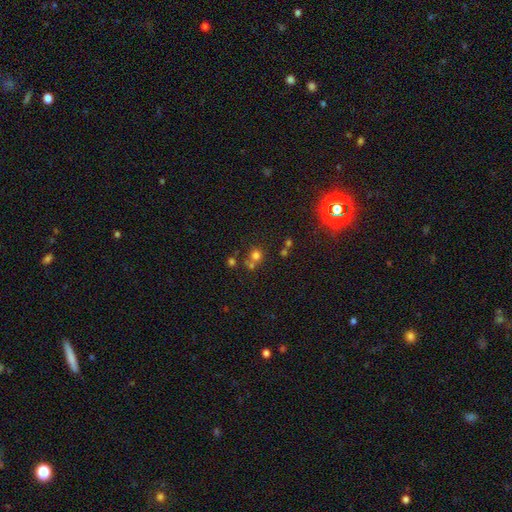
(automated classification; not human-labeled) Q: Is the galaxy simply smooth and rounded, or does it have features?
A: smooth — 51%.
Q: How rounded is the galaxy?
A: round — 88%.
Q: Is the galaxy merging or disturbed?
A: none — 60%.